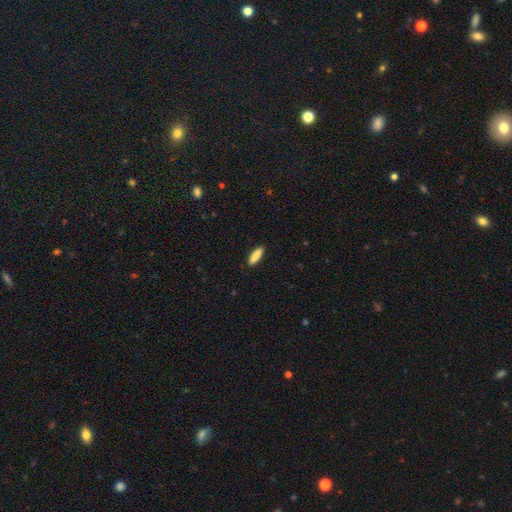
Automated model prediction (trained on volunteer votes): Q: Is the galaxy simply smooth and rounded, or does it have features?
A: smooth — 87%.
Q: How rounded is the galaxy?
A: cigar-shaped — 61%.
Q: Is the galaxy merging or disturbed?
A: none — 90%.